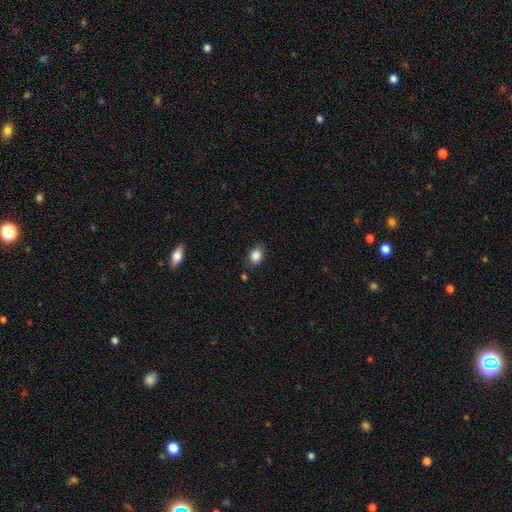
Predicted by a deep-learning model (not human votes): This is clearly a smooth galaxy (87%). How rounded: likely in between (63%). Merging: likely none (79%).